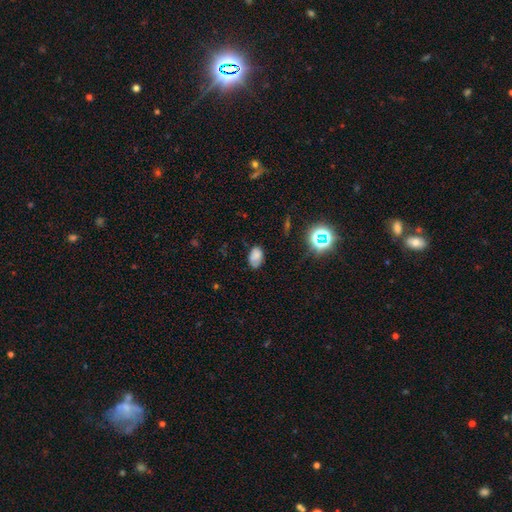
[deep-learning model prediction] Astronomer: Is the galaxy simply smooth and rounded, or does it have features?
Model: smooth — 74%.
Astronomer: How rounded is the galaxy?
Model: in between — 87%.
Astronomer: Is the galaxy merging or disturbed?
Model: none — 65%.